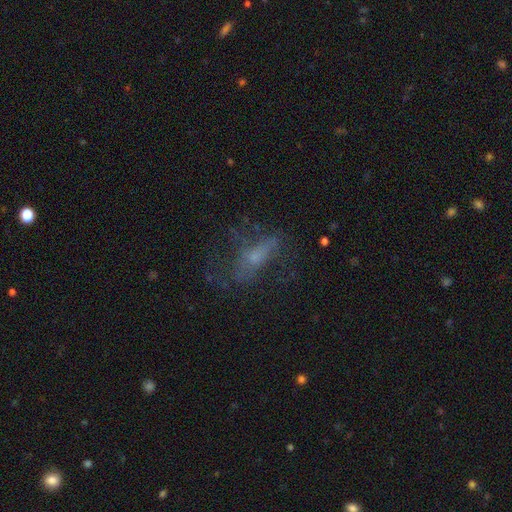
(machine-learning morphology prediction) Smooth or featured? Predicted: featured or disk (p=0.45). Merging? Predicted: none (p=0.47).